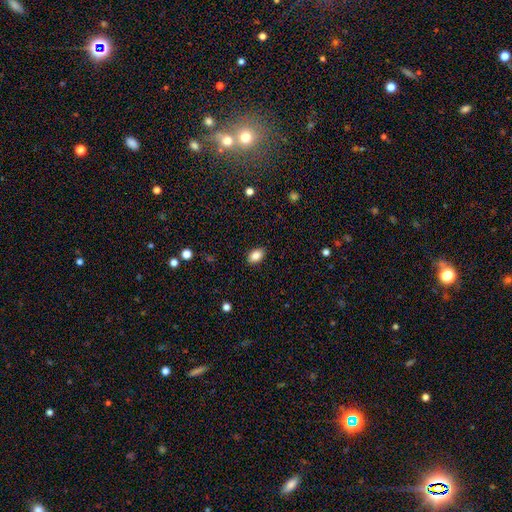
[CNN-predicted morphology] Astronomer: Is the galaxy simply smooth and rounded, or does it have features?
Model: smooth — 87%.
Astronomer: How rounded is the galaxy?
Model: in between — 85%.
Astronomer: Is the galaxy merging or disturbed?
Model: none — 88%.